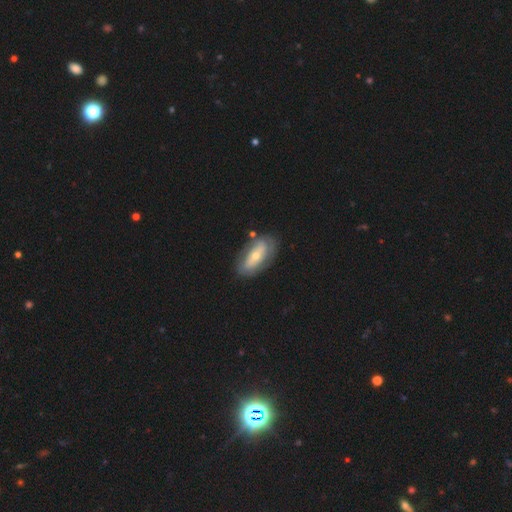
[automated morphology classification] type=featured or disk (57%); edge-on=no (88%); merging=none (74%).